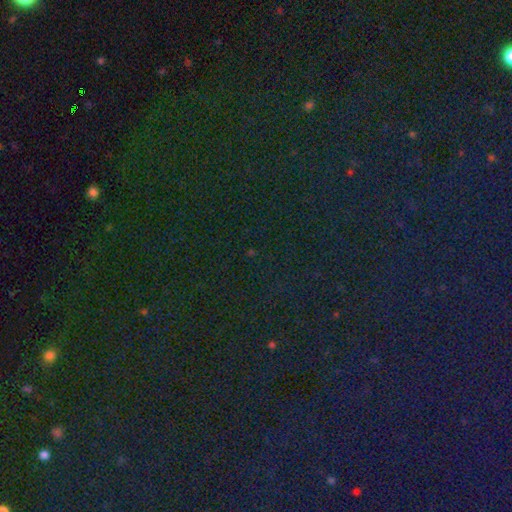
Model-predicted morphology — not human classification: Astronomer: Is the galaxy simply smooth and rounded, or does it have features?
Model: star or artifact — 82%.